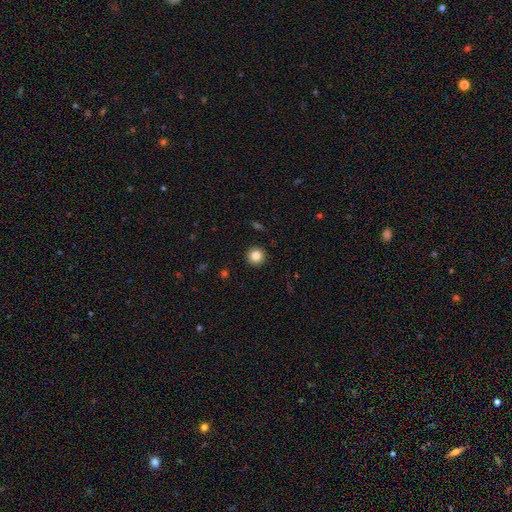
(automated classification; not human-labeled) Morphology: type=smooth (84%); roundness=round (95%); merging=none (93%).